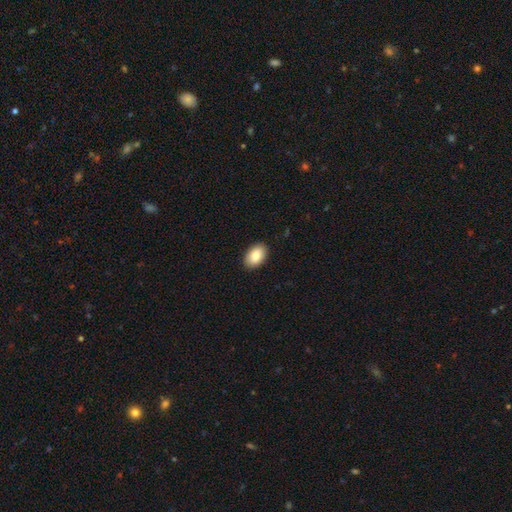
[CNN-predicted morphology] Smooth or featured: smooth — 85% (featured or disk — 8%)
How rounded: in between — 91% (round — 8%)
Merging: none — 90% (minor disturbance — 7%)